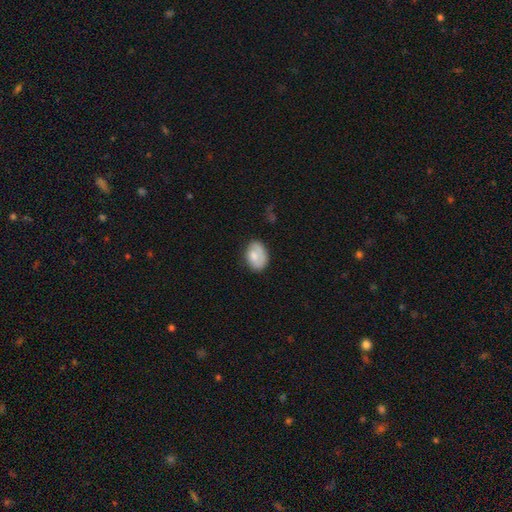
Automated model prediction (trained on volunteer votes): Overall: smooth (69%). How rounded: in between (80%). Merging: none (61%; minor disturbance 27%).